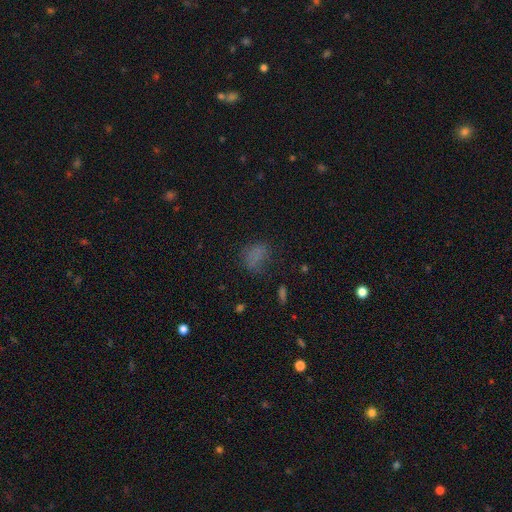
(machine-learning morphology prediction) This appears to be a smooth galaxy with no disk features (70%) that is in between round and cigar-shaped (71%). Merging: none (54%).